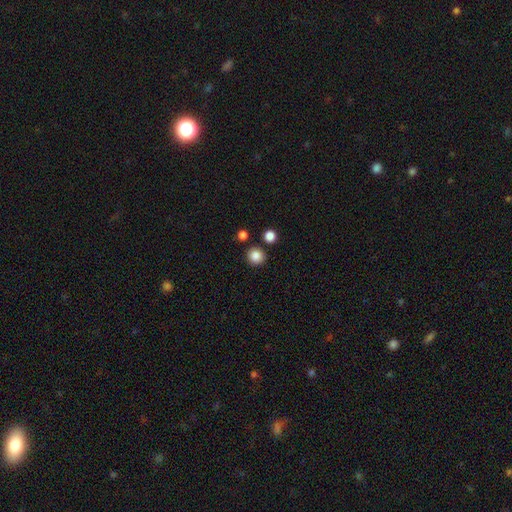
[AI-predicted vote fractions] A smooth galaxy with no disk features (86%) that is round (92%). Merging: none (86%).